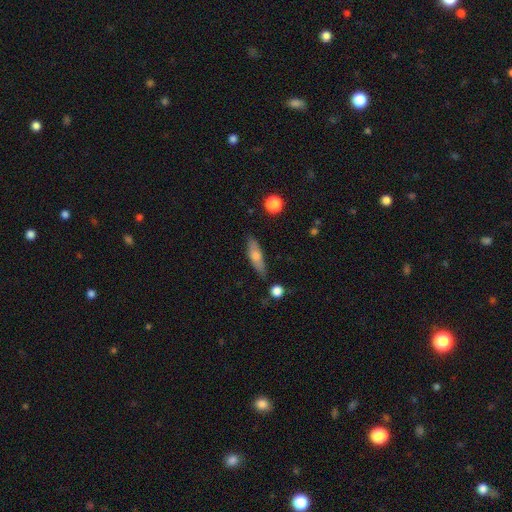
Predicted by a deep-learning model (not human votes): smooth 61%, featured or disk 32%, star or artifact 7%. Down the decision tree: how rounded — cigar-shaped (56%); merging — none (80%).